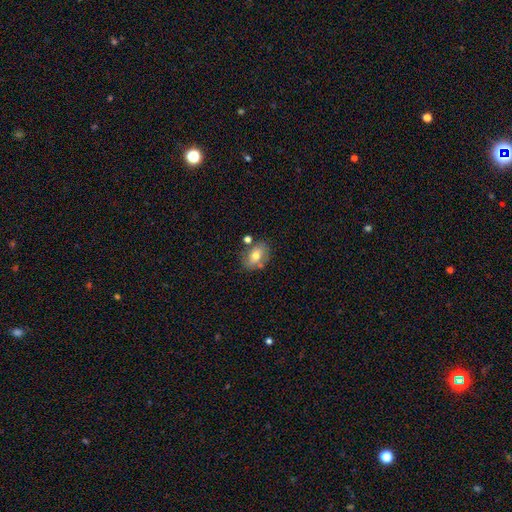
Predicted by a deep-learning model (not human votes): The model was most divided on "smooth or featured": smooth: 63%, featured or disk: 28%, star or artifact: 9%. More confident: how rounded — in between (76%); merging — none (63%).